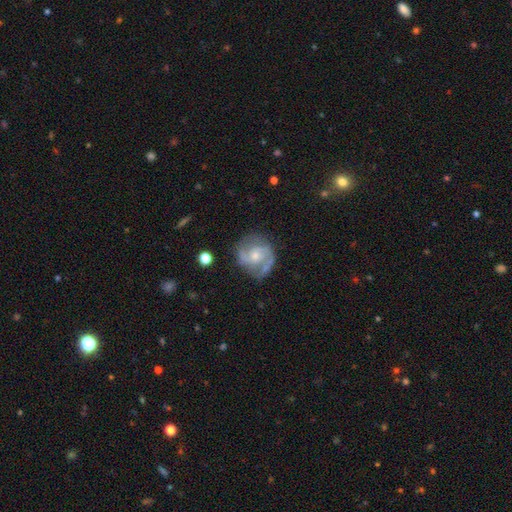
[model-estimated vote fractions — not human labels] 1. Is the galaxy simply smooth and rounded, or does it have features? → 83% featured or disk, 11% smooth, 6% star or artifact.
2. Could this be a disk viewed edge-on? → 98% no, 2% yes.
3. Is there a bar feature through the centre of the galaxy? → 59% no, 34% weak, 6% strong.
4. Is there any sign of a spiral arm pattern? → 95% yes, 5% no.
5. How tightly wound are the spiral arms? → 53% medium, 30% tight, 17% loose.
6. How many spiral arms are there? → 84% 2, 6% can't tell, 5% 3, 2% 1, 1% 4, 1% more than 4.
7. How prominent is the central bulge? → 56% small, 38% moderate, 4% none, 2% large, 1% dominant.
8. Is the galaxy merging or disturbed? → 70% none, 19% minor disturbance, 8% major disturbance, 3% merger.